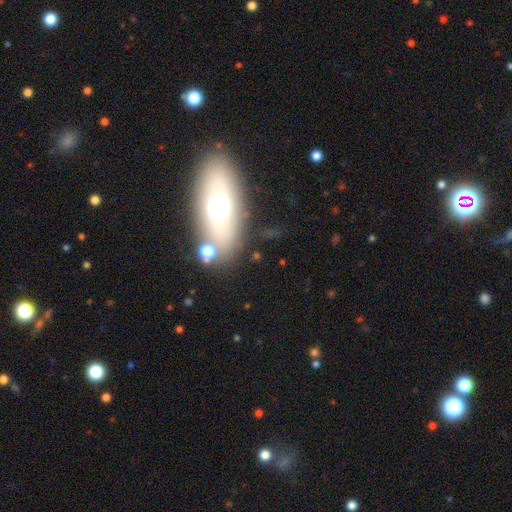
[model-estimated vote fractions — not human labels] Smooth or featured? Predicted: smooth (p=0.40). Merging? Predicted: none (p=0.79).